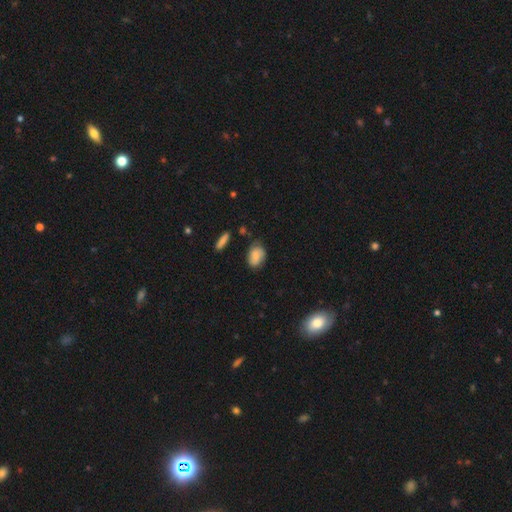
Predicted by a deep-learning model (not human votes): smooth_or_featured: smooth (p=0.74) [alt: featured or disk p=0.17]
how_rounded: in between (p=0.84) [alt: round p=0.14]
merging: none (p=0.63) [alt: minor disturbance p=0.27]